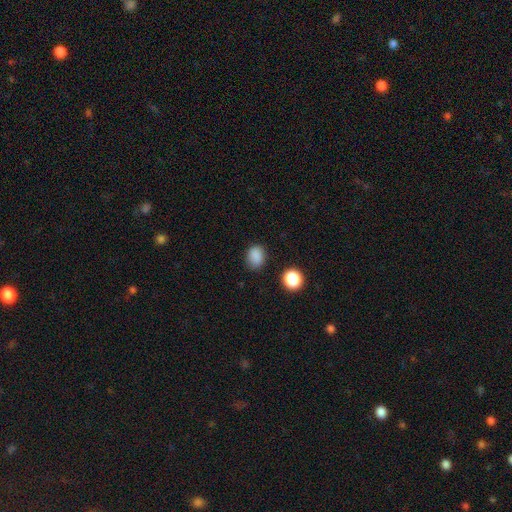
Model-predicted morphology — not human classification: This appears to be a smooth galaxy with no disk features (85%) that is in between round and cigar-shaped (54%). Merging: none (80%).